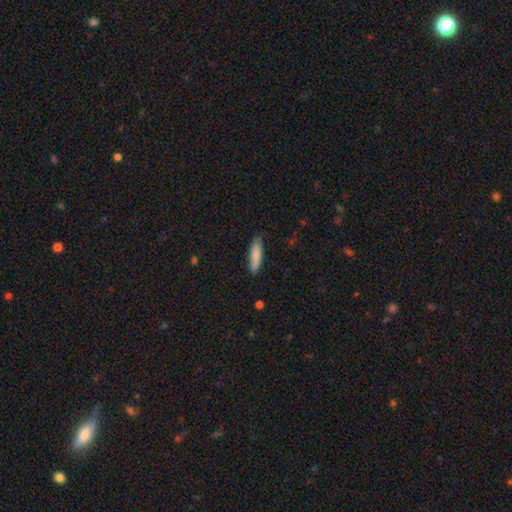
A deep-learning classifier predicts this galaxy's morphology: smooth 85%, featured or disk 9%, star or artifact 6%. Down the decision tree: how rounded — cigar-shaped (65%); merging — none (84%).